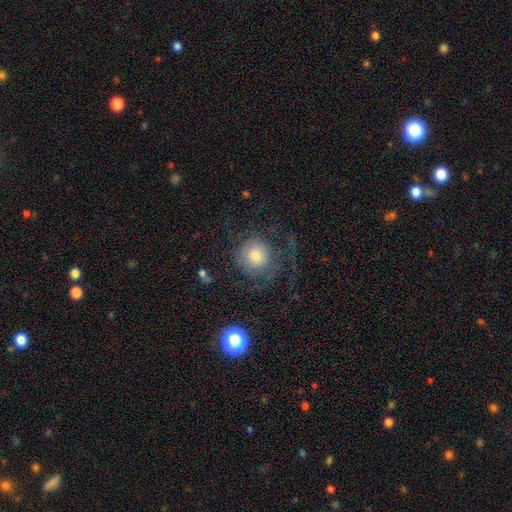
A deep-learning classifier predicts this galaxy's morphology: Smooth or featured? Predicted: smooth (p=0.50). Merging? Predicted: none (p=0.52).